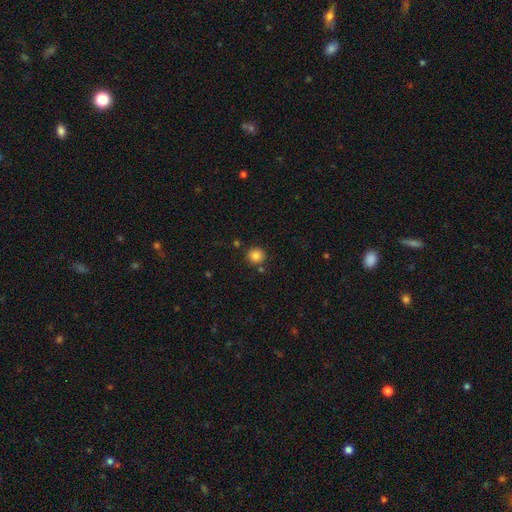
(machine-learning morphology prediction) The model was most divided on "merging": none: 82%, minor disturbance: 9%, merger: 7%, major disturbance: 3%. More confident: how rounded — round (91%); smooth or featured — smooth (85%).